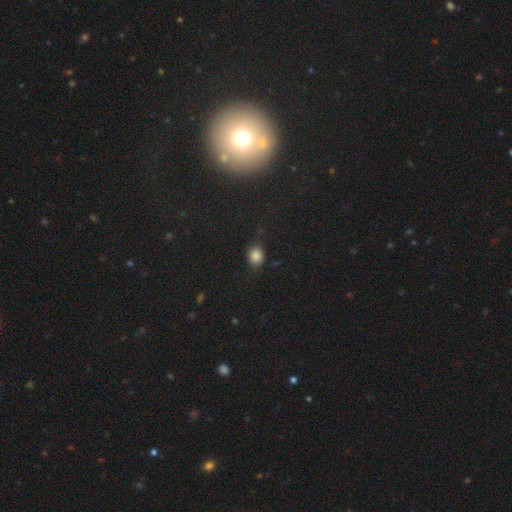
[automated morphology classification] type=smooth (83%); roundness=round (66%); merging=none (81%).